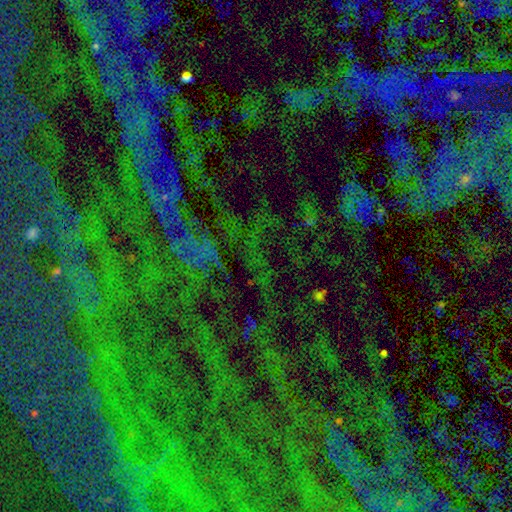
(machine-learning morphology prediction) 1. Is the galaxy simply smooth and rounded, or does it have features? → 75% star or artifact, 14% smooth, 11% featured or disk.